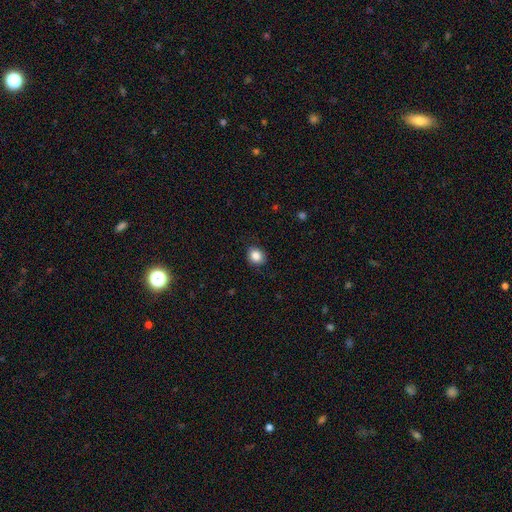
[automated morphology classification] type=smooth (86%); roundness=round (68%); merging=none (86%).